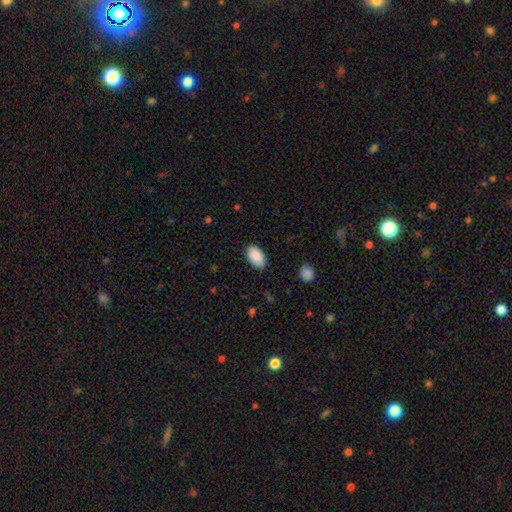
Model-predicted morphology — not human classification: This appears to be a smooth galaxy with no disk features (90%) that is in between round and cigar-shaped (95%). Merging: none (87%).